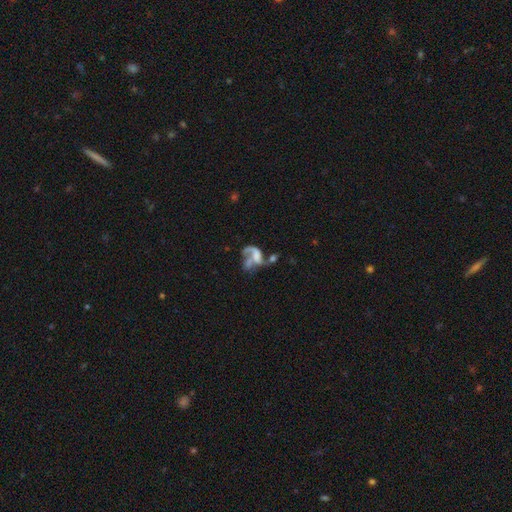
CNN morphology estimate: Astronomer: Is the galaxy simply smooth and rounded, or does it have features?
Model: featured or disk — 63%.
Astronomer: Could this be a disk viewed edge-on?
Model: no — 97%.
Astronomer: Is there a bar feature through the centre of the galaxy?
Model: no — 69%.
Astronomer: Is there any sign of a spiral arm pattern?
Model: yes — 55% (runner-up: no, 45%).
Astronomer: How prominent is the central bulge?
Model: none — 56%.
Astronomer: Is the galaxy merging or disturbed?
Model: major disturbance — 35%, tied with merger at 35%.